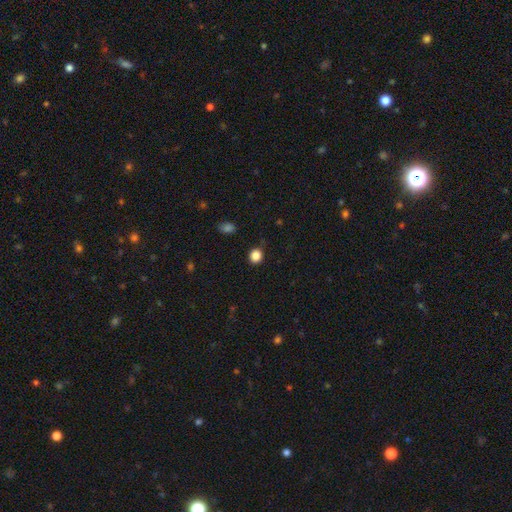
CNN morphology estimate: smooth_or_featured: smooth (p=0.85) [alt: star or artifact p=0.11]
how_rounded: round (p=0.84) [alt: in between p=0.15]
merging: none (p=0.87) [alt: minor disturbance p=0.09]